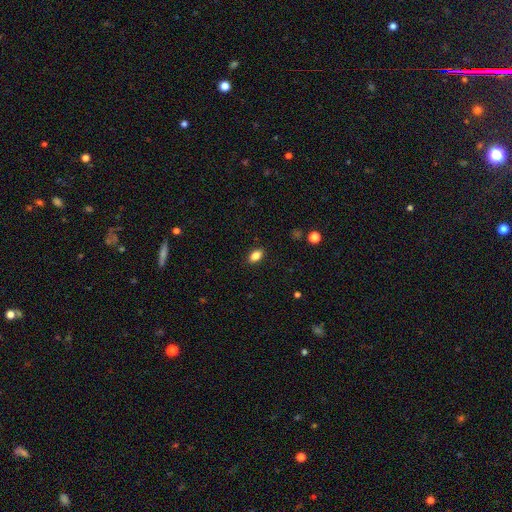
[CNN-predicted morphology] Smooth or featured?
  - smooth: 86% *
  - star or artifact: 9%
  - featured or disk: 5%
How rounded?
  - in between: 87% *
  - round: 10%
  - cigar-shaped: 3%
Merging?
  - none: 89% *
  - minor disturbance: 8%
  - major disturbance: 2%
  - merger: 1%